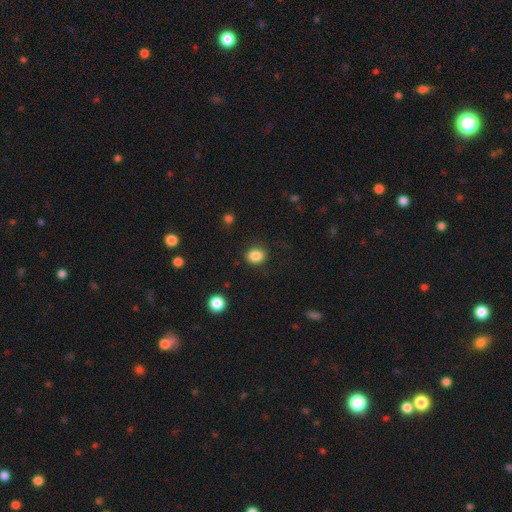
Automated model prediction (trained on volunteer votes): smooth 86%, star or artifact 10%, featured or disk 4%. Down the decision tree: how rounded — round (60%); merging — none (86%).